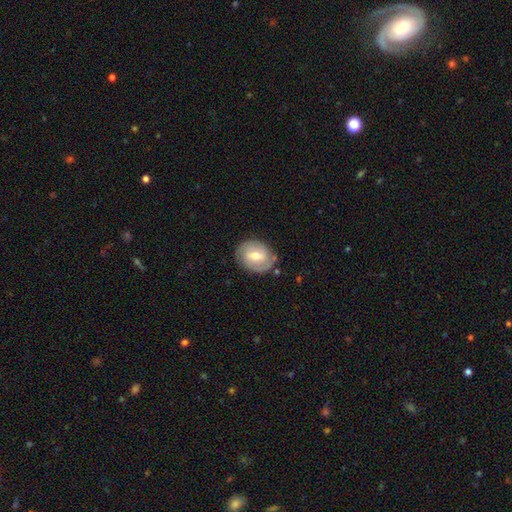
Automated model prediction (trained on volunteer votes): A featured or disk galaxy (53%) with a weak bar (51%), spiral arms (69%) and a moderate central bulge (71%). Merging: none (76%).